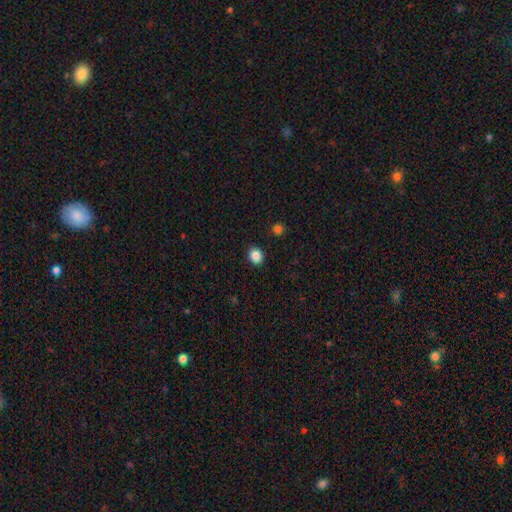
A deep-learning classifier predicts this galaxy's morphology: smooth-or-featured: smooth: 86% | star or artifact: 10% | featured or disk: 4%
  how-rounded: round: 56% | in between: 43% | cigar-shaped: 1%
  merging: none: 90% | minor disturbance: 6% | major disturbance: 2% | merger: 1%